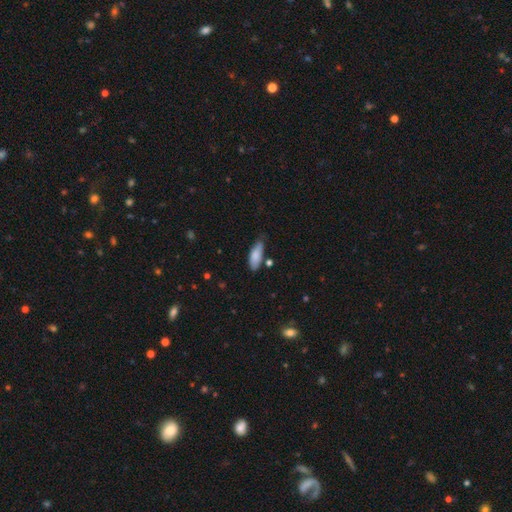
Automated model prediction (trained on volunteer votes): smooth_or_featured: smooth (p=0.83) [alt: featured or disk p=0.10]
how_rounded: in between (p=0.70) [alt: cigar-shaped p=0.28]
merging: none (p=0.59) [alt: minor disturbance p=0.31]